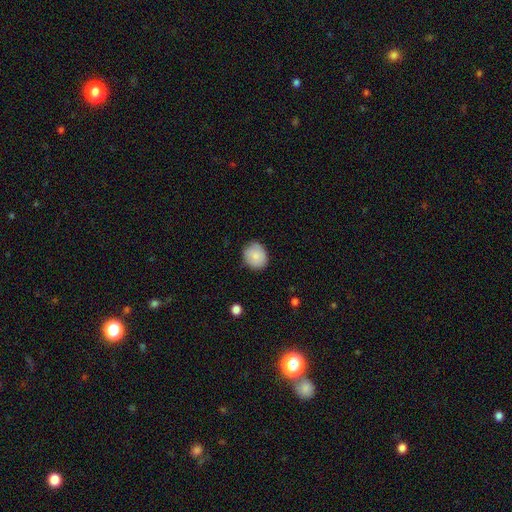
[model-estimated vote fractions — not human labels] The model was most divided on "how rounded": round: 71%, in between: 28%, cigar-shaped: 1%. More confident: smooth or featured — smooth (84%); merging — none (81%).